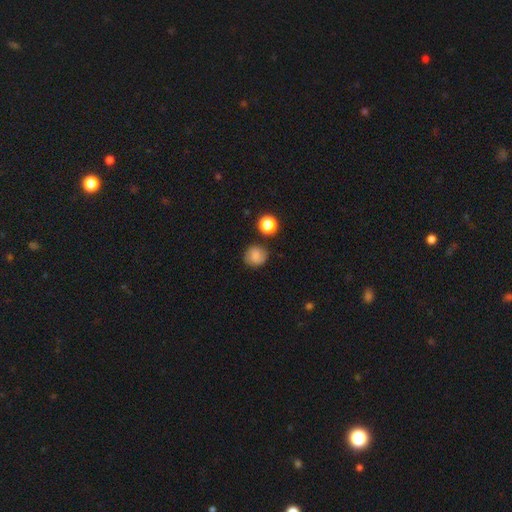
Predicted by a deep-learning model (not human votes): Q: Smooth or featured?
A: smooth (65%); runner-up: featured or disk (24%)
Q: How rounded?
A: round (84%); runner-up: in between (15%)
Q: Merging?
A: none (78%); runner-up: minor disturbance (14%)